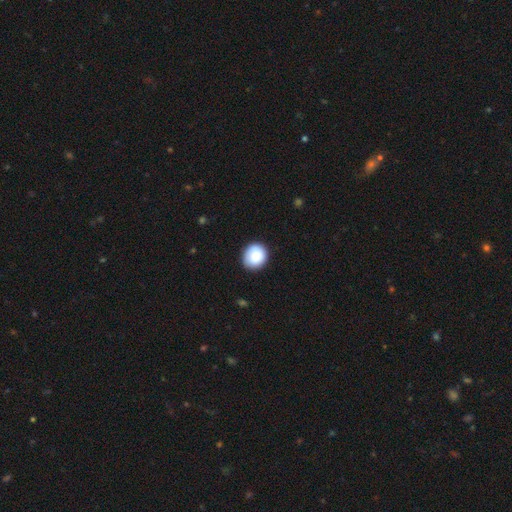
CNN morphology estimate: type=smooth (87%); roundness=round (80%); merging=none (86%).